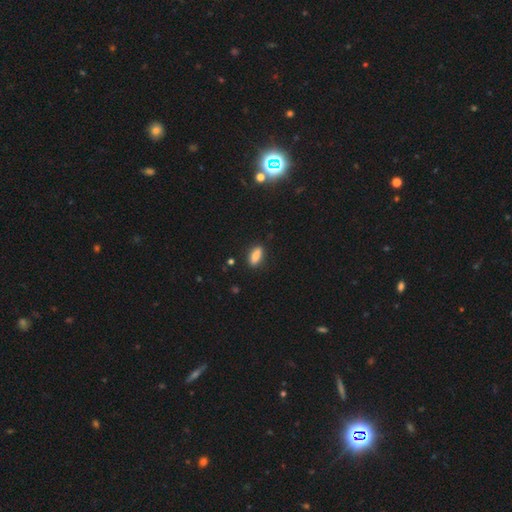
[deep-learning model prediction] smooth_or_featured: smooth (p=0.84) [alt: star or artifact p=0.08]
how_rounded: in between (p=0.65) [alt: cigar-shaped p=0.31]
merging: none (p=0.86) [alt: minor disturbance p=0.10]